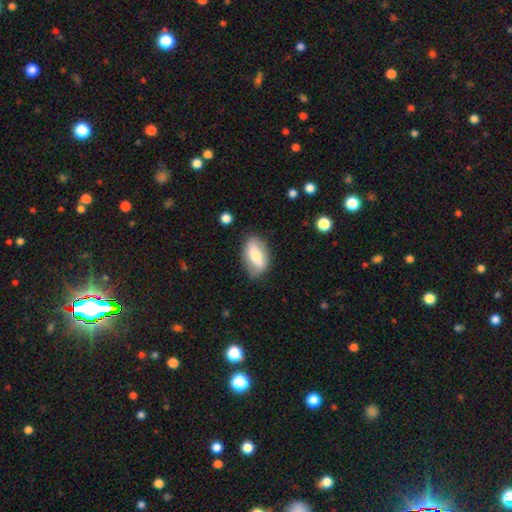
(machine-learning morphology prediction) smooth 60%, featured or disk 33%, star or artifact 7%. Down the decision tree: how rounded — in between (89%); merging — none (76%).